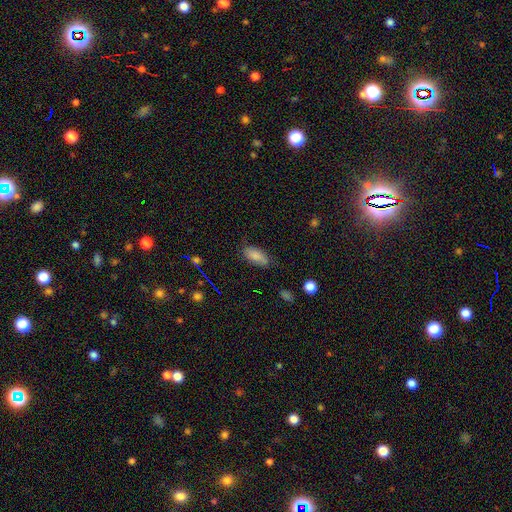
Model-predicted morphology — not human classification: Q: Smooth or featured?
A: smooth (84%); runner-up: star or artifact (9%)
Q: How rounded?
A: in between (86%); runner-up: cigar-shaped (12%)
Q: Merging?
A: none (76%); runner-up: minor disturbance (19%)